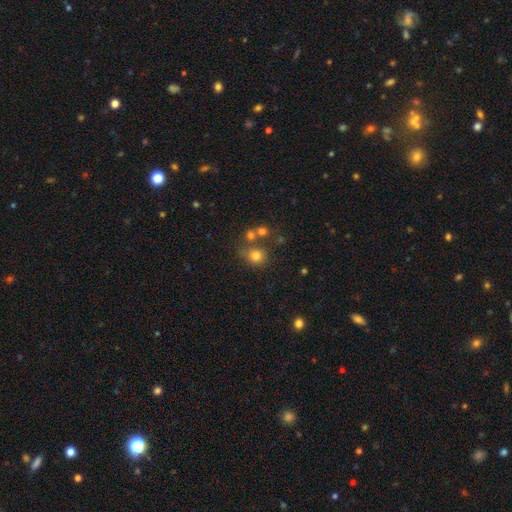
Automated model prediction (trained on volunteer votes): smooth_or_featured: smooth (p=0.76) [alt: star or artifact p=0.14]
how_rounded: round (p=0.82) [alt: in between p=0.17]
merging: none (p=0.59) [alt: merger p=0.22]